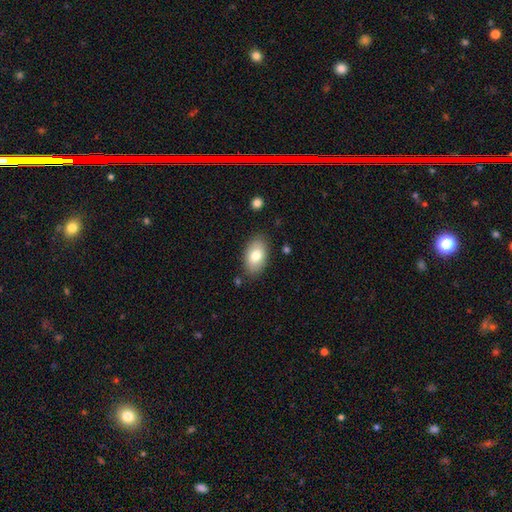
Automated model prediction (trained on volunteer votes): Smooth or featured? smooth (78%)
How rounded? in between (92%)
Merging? none (83%)